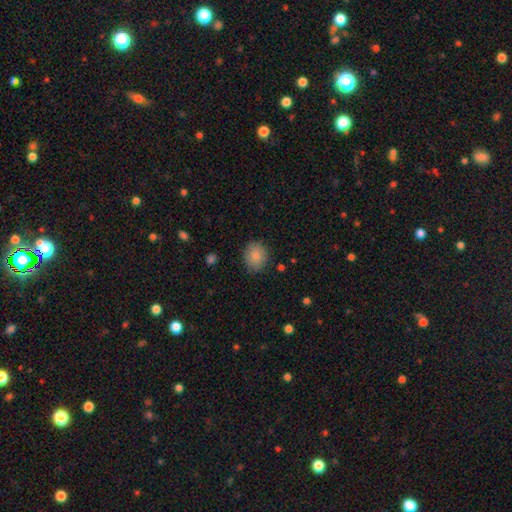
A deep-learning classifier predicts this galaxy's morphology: This appears to be a smooth galaxy with no disk features (87%) that is round (66%). Merging: none (85%).